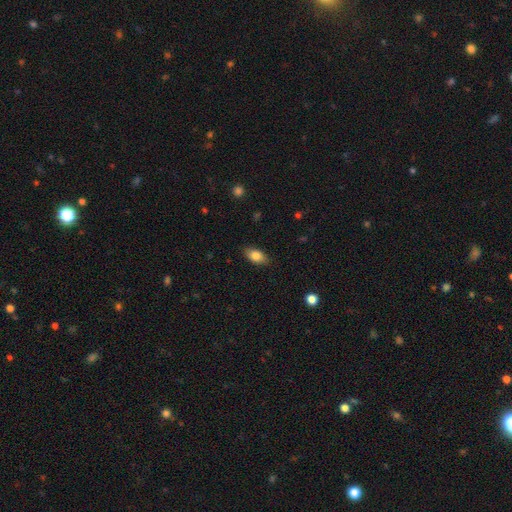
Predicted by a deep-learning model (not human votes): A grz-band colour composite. It shows a smooth galaxy with no disk features (83%) that is in between round and cigar-shaped (89%). Merging: none (85%).